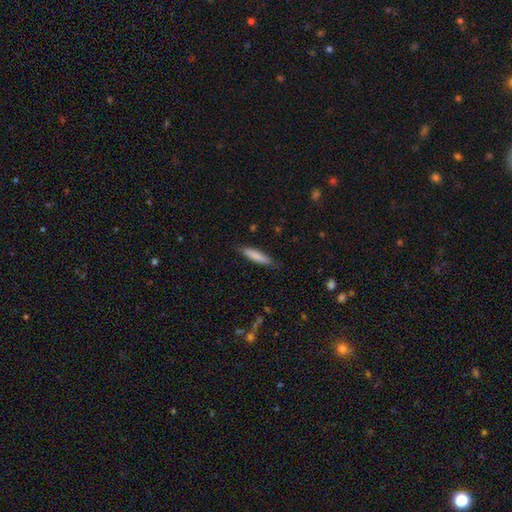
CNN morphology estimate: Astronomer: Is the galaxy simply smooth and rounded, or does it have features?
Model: smooth — 82%.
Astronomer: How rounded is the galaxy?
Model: cigar-shaped — 80%.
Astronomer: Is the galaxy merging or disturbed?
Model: none — 83%.